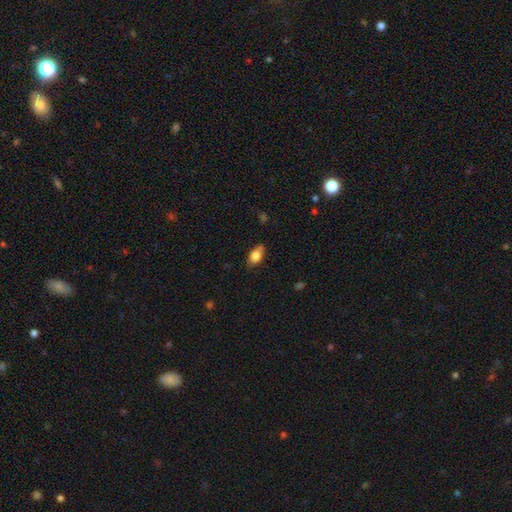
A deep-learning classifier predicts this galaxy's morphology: This is likely a smooth galaxy (78%). How rounded: clearly in between (86%). Merging: likely none (72%).